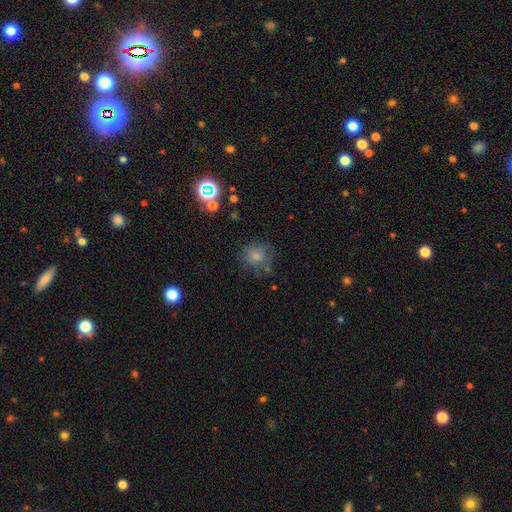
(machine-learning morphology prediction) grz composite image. It shows a smooth galaxy with no disk features (77%) that is round (84%). Merging: none (64%).